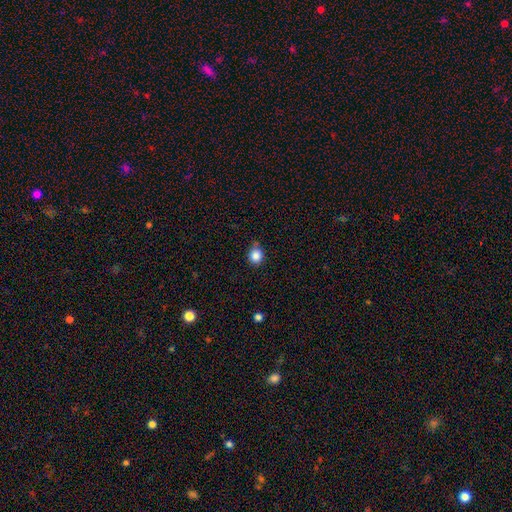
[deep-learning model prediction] Smooth or featured? smooth (85%)
How rounded? round (83%)
Merging? none (70%)